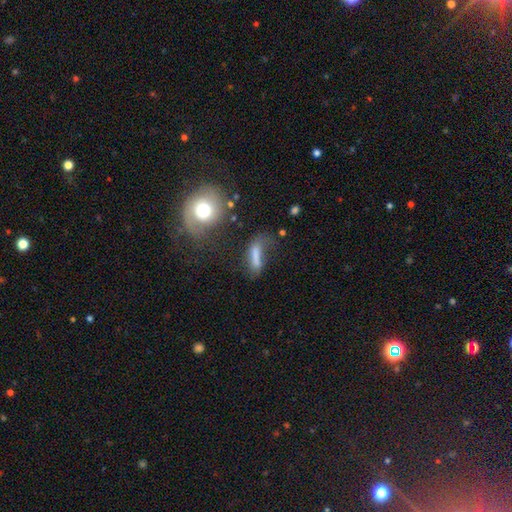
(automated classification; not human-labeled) smooth 66%, featured or disk 21%, star or artifact 13%. Down the decision tree: how rounded — cigar-shaped (54%); merging — none (33%).